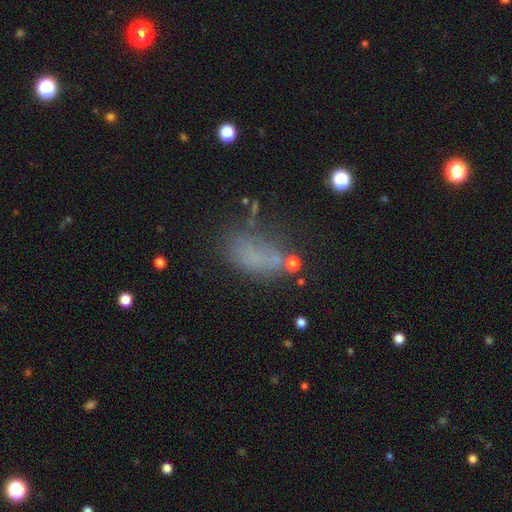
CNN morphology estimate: A smooth galaxy with no disk features (58%) that is in between round and cigar-shaped (85%).

Vote fractions:
- Smooth or featured? smooth: 58% / star or artifact: 22% / featured or disk: 20%
- How rounded? in between: 85% / round: 9% / cigar-shaped: 6%
- Merging? none: 43% / major disturbance: 25% / minor disturbance: 24% / merger: 8%